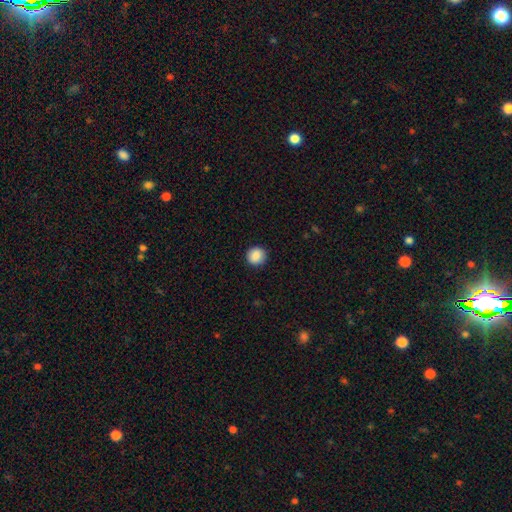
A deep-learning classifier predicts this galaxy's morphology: smooth_or_featured: smooth (p=0.88) [alt: star or artifact p=0.08]
how_rounded: round (p=0.93) [alt: in between p=0.07]
merging: none (p=0.90) [alt: minor disturbance p=0.07]